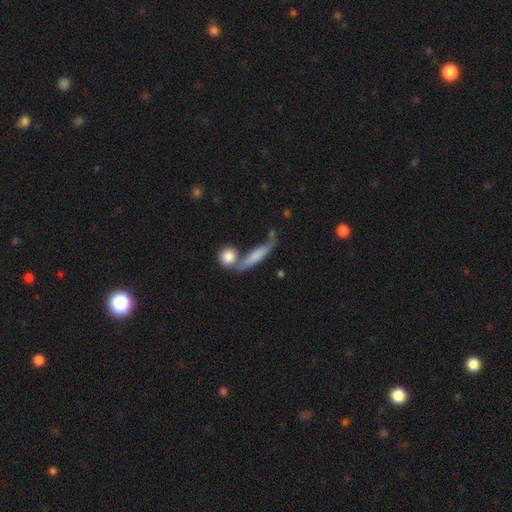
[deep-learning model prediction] Morphology: type=smooth (63%); roundness=cigar-shaped (75%); merging=none (53%).